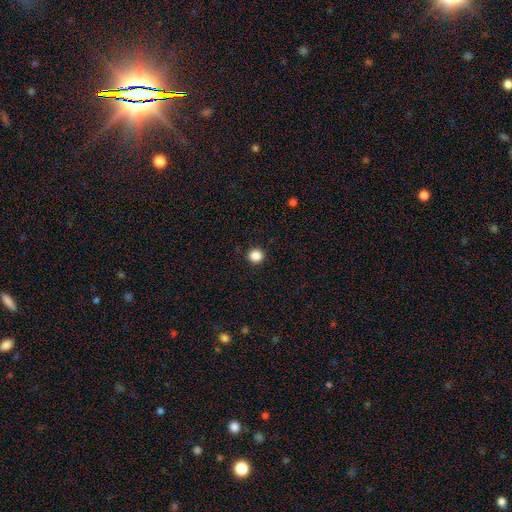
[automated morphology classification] Smooth or featured?
  - smooth: 86% *
  - star or artifact: 11%
  - featured or disk: 3%
How rounded?
  - round: 94% *
  - in between: 5%
  - cigar-shaped: 1%
Merging?
  - none: 92% *
  - minor disturbance: 5%
  - major disturbance: 2%
  - merger: 1%